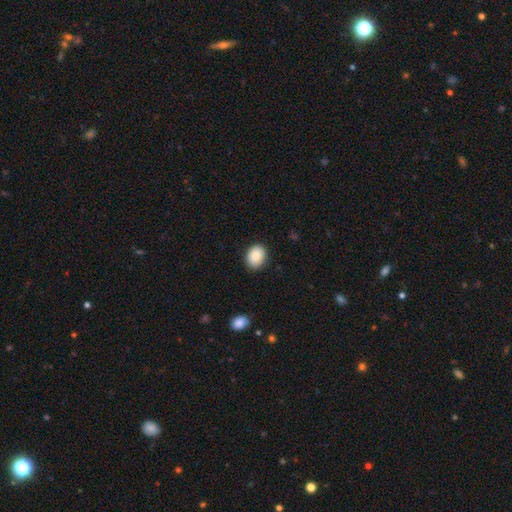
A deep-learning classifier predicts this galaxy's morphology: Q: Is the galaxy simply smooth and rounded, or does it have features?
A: smooth — 85%.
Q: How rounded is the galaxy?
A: in between — 58%.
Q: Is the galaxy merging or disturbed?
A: none — 89%.